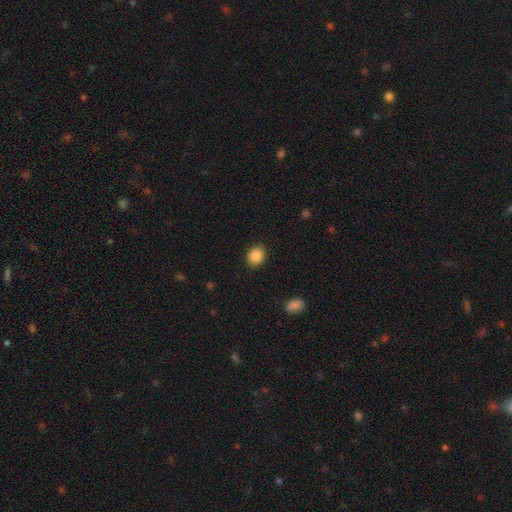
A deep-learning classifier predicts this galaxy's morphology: Smooth or featured: smooth — 87% (star or artifact — 9%)
How rounded: round — 60% (in between — 39%)
Merging: none — 90% (minor disturbance — 7%)